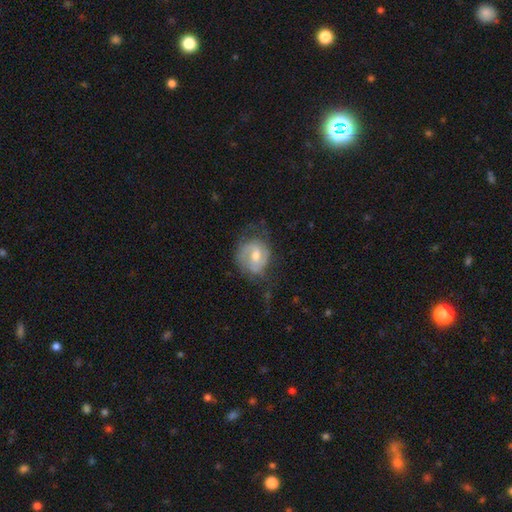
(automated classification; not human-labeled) This is likely a featured or disk galaxy (67%). It is clearly not viewed edge-on (97%). Bar: possibly weak (53%). Spiral arm pattern: likely yes (79%). Spiral arm count: likely 2 (64%). Spiral winding: marginally medium (41%). Central bulge: likely moderate (64%). Merging: possibly none (57%).